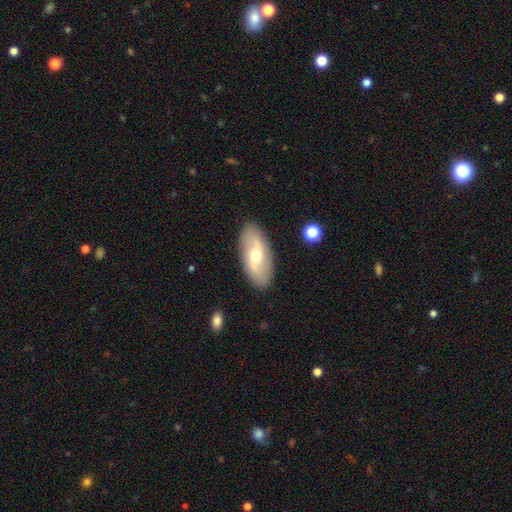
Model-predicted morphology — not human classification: Q: Smooth or featured?
A: featured or disk (56%); runner-up: smooth (38%)
Q: Edge-on disk?
A: no (87%); runner-up: yes (13%)
Q: Merging?
A: none (88%); runner-up: minor disturbance (9%)